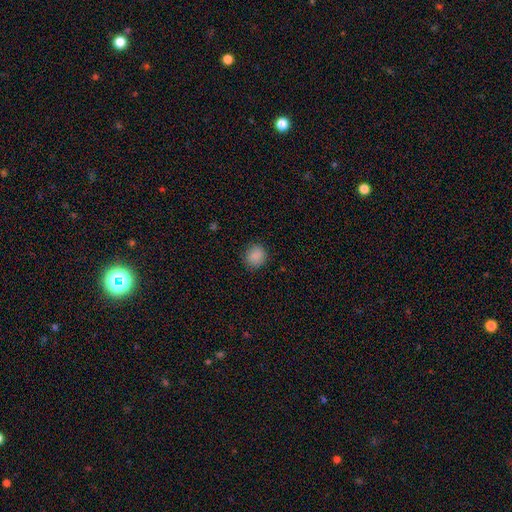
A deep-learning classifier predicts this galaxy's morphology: Smooth or featured? smooth (87%)
How rounded? round (81%)
Merging? none (86%)